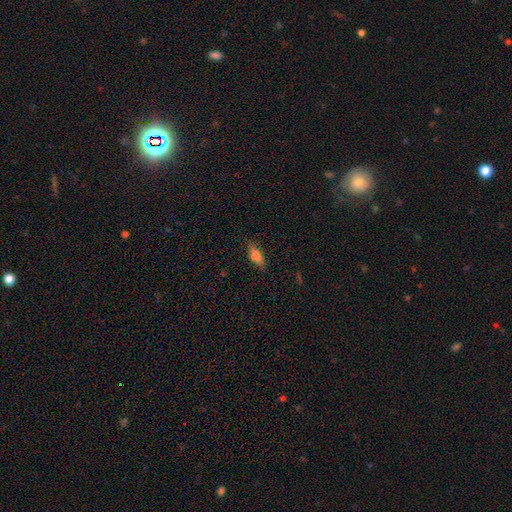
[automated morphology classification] Smooth or featured? Predicted: smooth (p=0.72). How rounded? Predicted: in between (p=0.72). Merging? Predicted: none (p=0.76).